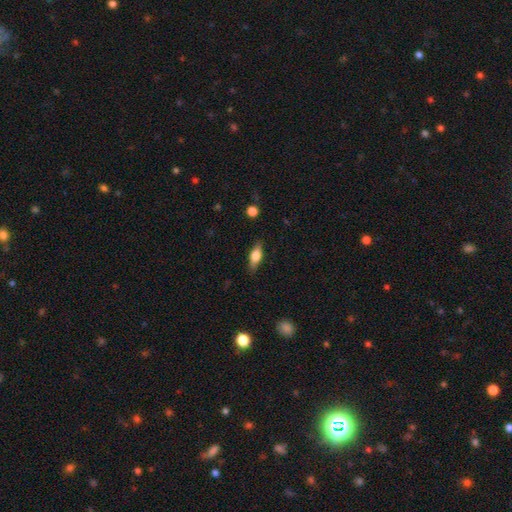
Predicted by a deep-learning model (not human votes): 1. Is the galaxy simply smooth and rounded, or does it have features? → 64% smooth, 29% featured or disk, 7% star or artifact.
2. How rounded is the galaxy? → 71% in between, 25% cigar-shaped, 4% round.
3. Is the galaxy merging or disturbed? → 83% none, 13% minor disturbance, 3% major disturbance, 1% merger.